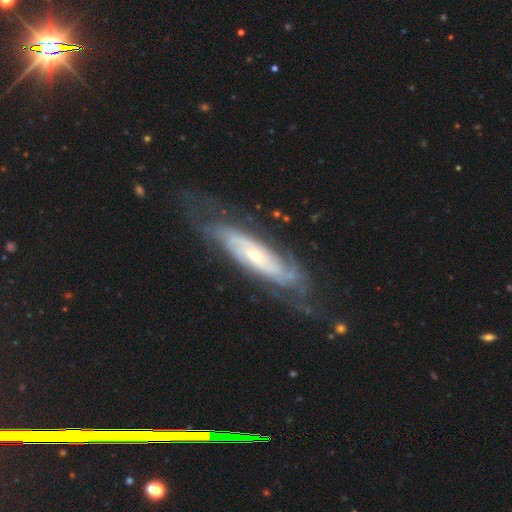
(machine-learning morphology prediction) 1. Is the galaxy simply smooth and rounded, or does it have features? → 84% featured or disk, 10% smooth, 6% star or artifact.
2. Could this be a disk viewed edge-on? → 82% no, 18% yes.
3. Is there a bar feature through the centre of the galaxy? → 69% no, 21% weak, 10% strong.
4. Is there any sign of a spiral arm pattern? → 92% yes, 8% no.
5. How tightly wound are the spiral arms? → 66% tight, 26% medium, 8% loose.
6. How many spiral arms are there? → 48% can't tell, 27% 2, 10% 3, 7% 4, 5% more than 4, 4% 1.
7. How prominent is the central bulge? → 61% small, 35% moderate, 2% large, 1% none, 1% dominant.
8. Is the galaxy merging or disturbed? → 67% none, 19% minor disturbance, 12% major disturbance, 2% merger.